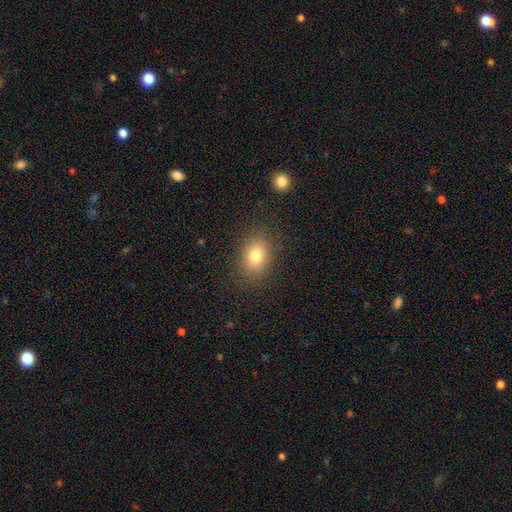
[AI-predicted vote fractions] The model was most divided on "how rounded": in between: 71%, round: 28%, cigar-shaped: 1%. More confident: merging — none (86%); smooth or featured — smooth (79%).